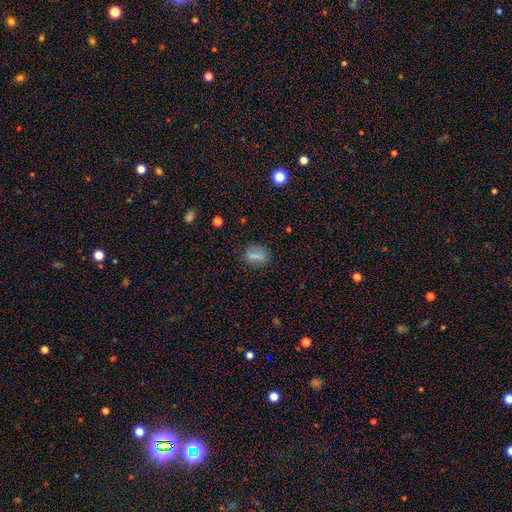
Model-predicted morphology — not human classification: smooth-or-featured: smooth: 74% | star or artifact: 16% | featured or disk: 10%
  how-rounded: in between: 63% | round: 31% | cigar-shaped: 6%
  merging: none: 77% | minor disturbance: 16% | major disturbance: 6% | merger: 2%